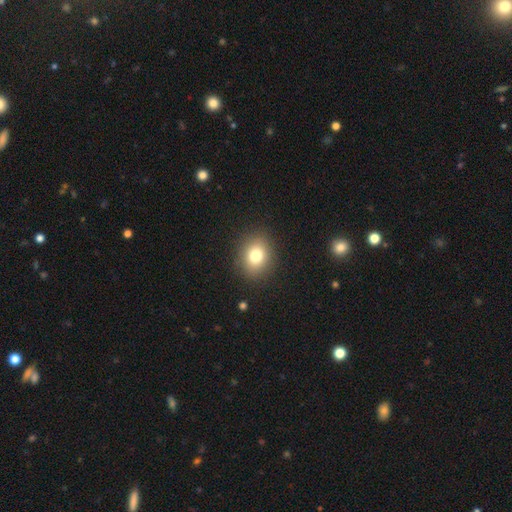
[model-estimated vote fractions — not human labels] A smooth galaxy with no disk features (78%) that is round (59%). Merging: none (89%).